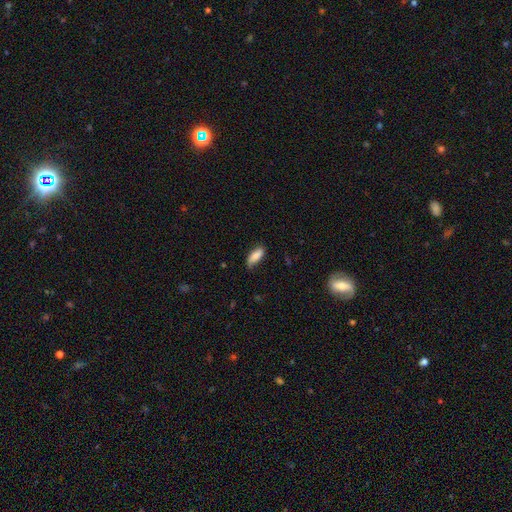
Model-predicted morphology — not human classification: The model was most divided on "merging": none: 70%, minor disturbance: 24%, major disturbance: 4%, merger: 2%. More confident: smooth or featured — smooth (84%); how rounded — in between (76%).